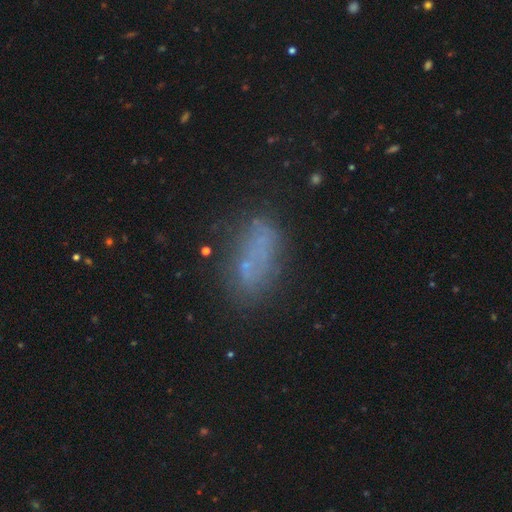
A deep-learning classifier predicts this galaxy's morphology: Smooth or featured: smooth — 56% (featured or disk — 25%)
How rounded: in between — 73% (cigar-shaped — 22%)
Merging: none — 67% (minor disturbance — 17%)